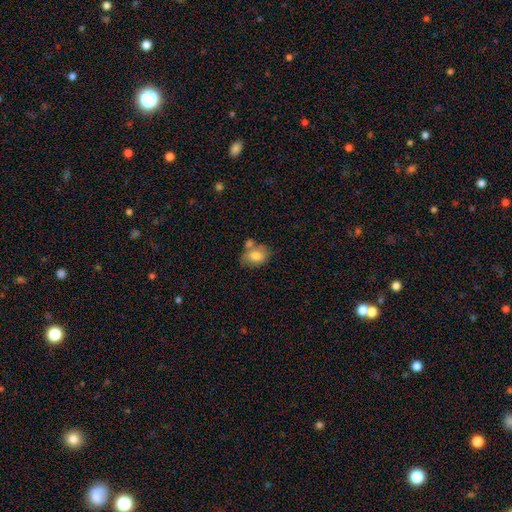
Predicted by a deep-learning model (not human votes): Smooth or featured? smooth (76%)
How rounded? in between (69%)
Merging? none (48%)